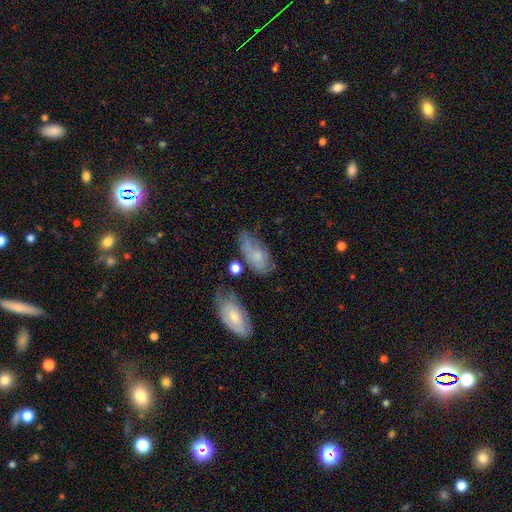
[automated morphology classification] Smooth or featured? smooth (61%)
How rounded? in between (88%)
Merging? none (39%)